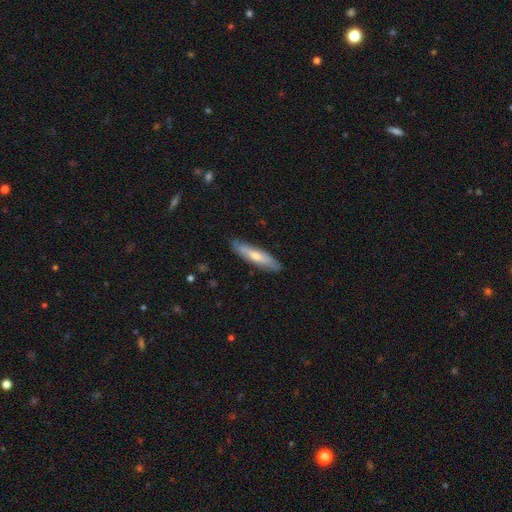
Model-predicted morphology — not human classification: type=smooth (53%); roundness=cigar-shaped (79%); merging=none (86%).